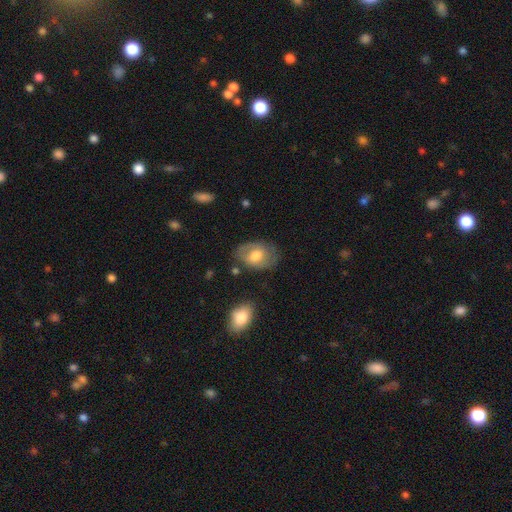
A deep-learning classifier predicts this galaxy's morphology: smooth_or_featured: smooth (p=0.53) [alt: featured or disk p=0.40]
how_rounded: in between (p=0.77) [alt: round p=0.22]
merging: none (p=0.68) [alt: minor disturbance p=0.21]